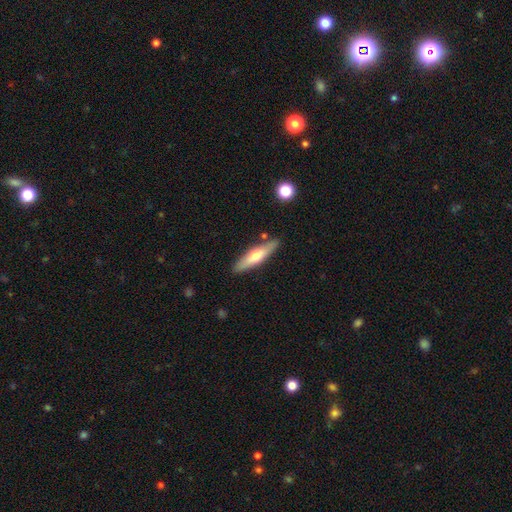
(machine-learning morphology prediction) Overall: smooth (51%; featured or disk 44%). How rounded: cigar-shaped (76%). Merging: none (84%).